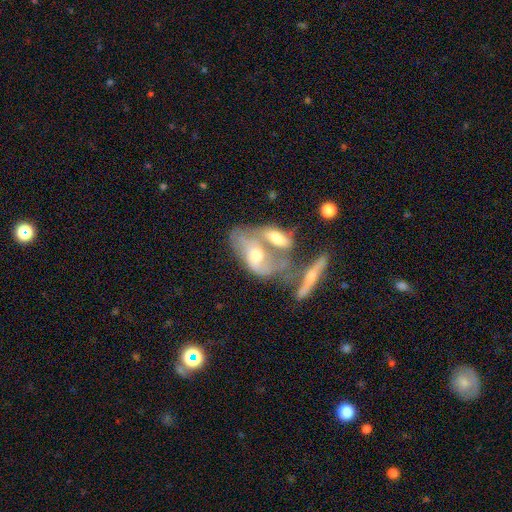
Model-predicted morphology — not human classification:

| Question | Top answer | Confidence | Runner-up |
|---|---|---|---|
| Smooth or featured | featured or disk | 60% | smooth (31%) |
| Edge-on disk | no | 78% | yes (22%) |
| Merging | merger | 64% | none (14%) |